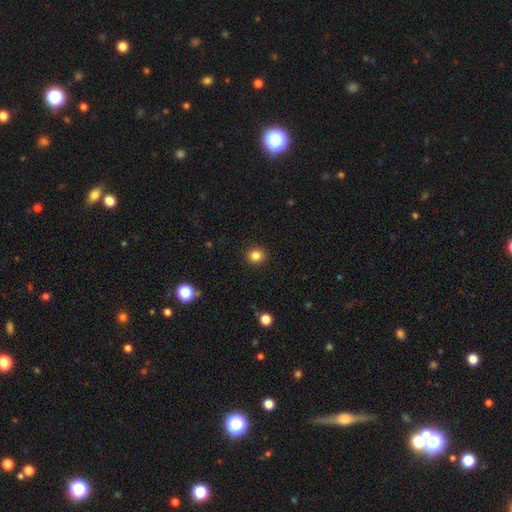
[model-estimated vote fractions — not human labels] smooth-or-featured: smooth: 84% | star or artifact: 12% | featured or disk: 4%
  how-rounded: round: 86% | in between: 13% | cigar-shaped: 1%
  merging: none: 91% | minor disturbance: 6% | major disturbance: 2% | merger: 1%